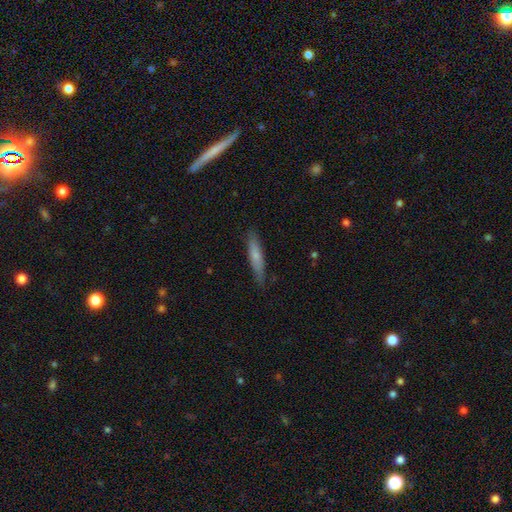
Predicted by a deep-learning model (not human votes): Smooth or featured?
  - smooth: 66% *
  - featured or disk: 28%
  - star or artifact: 6%
How rounded?
  - cigar-shaped: 86% *
  - in between: 12%
  - round: 2%
Merging?
  - none: 84% *
  - minor disturbance: 13%
  - major disturbance: 2%
  - merger: 1%